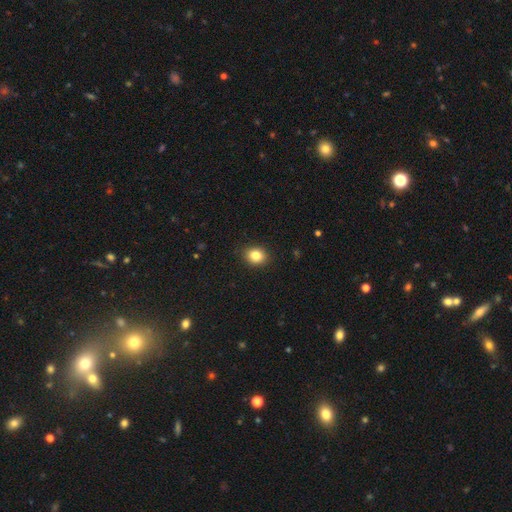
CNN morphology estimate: Smooth or featured?
  - smooth: 84% *
  - star or artifact: 10%
  - featured or disk: 6%
How rounded?
  - round: 59% *
  - in between: 40%
  - cigar-shaped: 1%
Merging?
  - none: 90% *
  - minor disturbance: 7%
  - major disturbance: 2%
  - merger: 1%